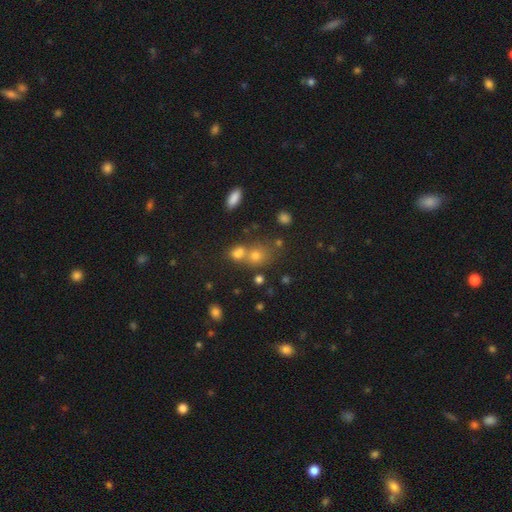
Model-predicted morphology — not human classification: smooth_or_featured: smooth (p=0.70) [alt: star or artifact p=0.18]
how_rounded: round (p=0.68) [alt: in between p=0.31]
merging: none (p=0.44) [alt: merger p=0.42]